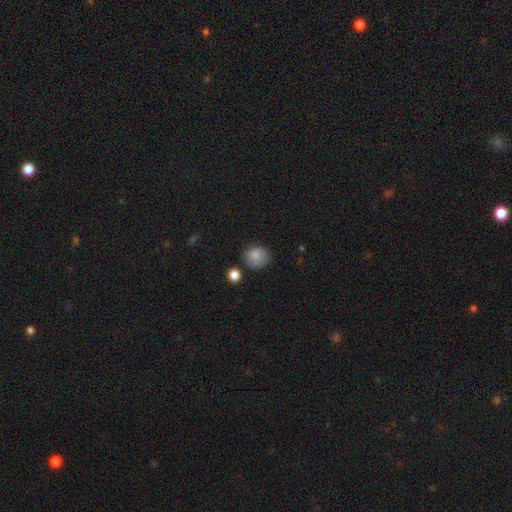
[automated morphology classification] smooth-or-featured: smooth: 82% | featured or disk: 10% | star or artifact: 9%
  how-rounded: round: 82% | in between: 17% | cigar-shaped: 1%
  merging: none: 68% | minor disturbance: 21% | major disturbance: 6% | merger: 4%